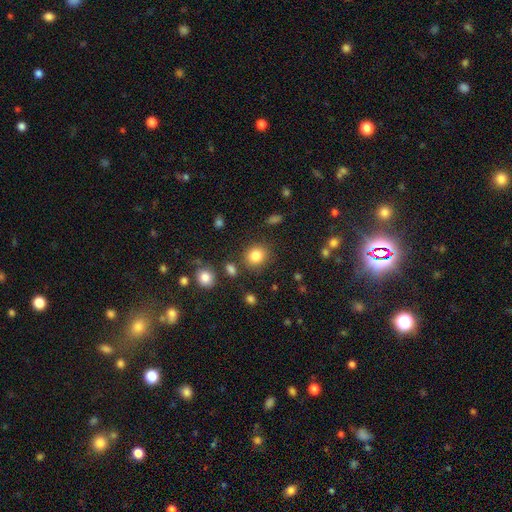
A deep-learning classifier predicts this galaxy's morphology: smooth-or-featured: smooth: 83% | star or artifact: 11% | featured or disk: 6%
  how-rounded: round: 76% | in between: 23% | cigar-shaped: 1%
  merging: none: 82% | minor disturbance: 9% | merger: 5% | major disturbance: 4%